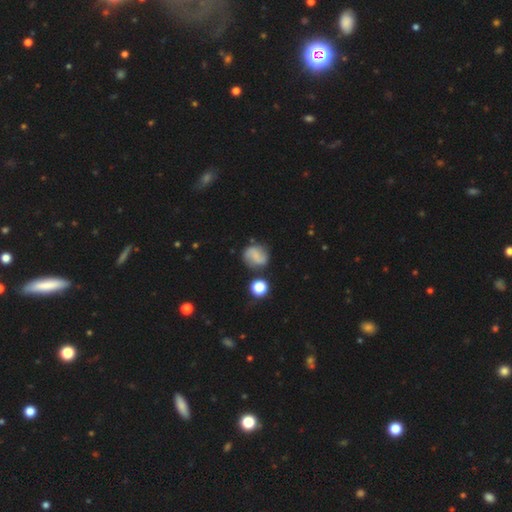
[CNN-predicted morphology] Smooth or featured: featured or disk — 54% (smooth — 37%)
Edge-on disk: no — 97% (yes — 3%)
Bar: weak — 41% (tied with no — 41%)
Spiral arms: yes — 89% (no — 11%)
Bulge size: none — 53% (small — 33%)
Merging: none — 74% (minor disturbance — 15%)